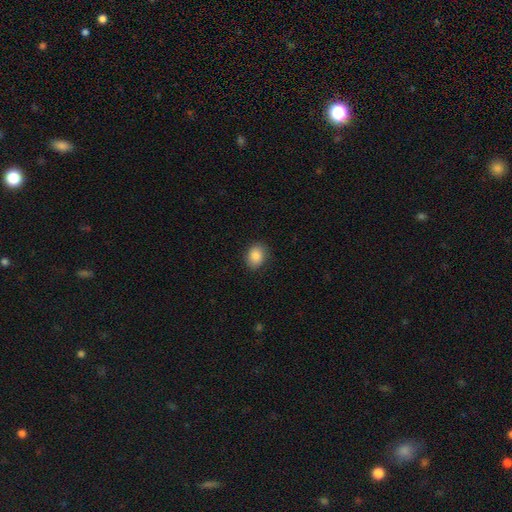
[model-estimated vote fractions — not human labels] This appears to be a smooth galaxy with no disk features (87%) that is in between round and cigar-shaped (60%). Merging: none (86%).